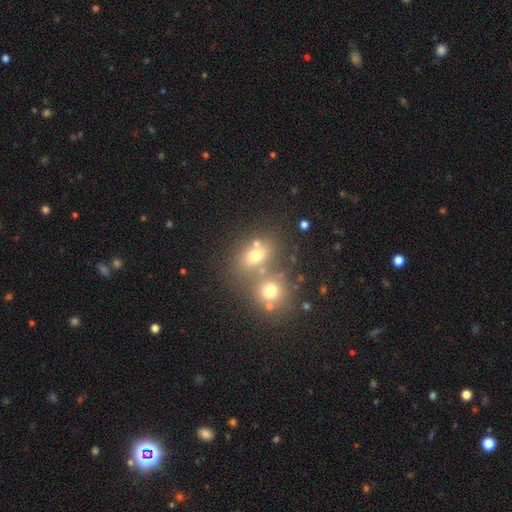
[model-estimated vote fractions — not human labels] This is likely a smooth galaxy (65%). How rounded: possibly in between (51%). Merging: marginally merger (45%).